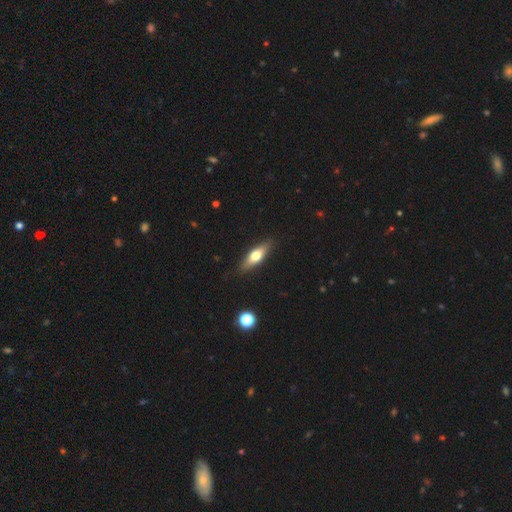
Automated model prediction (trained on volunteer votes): Q: Smooth or featured?
A: smooth (55%); runner-up: featured or disk (39%)
Q: How rounded?
A: cigar-shaped (49%); runner-up: in between (48%)
Q: Merging?
A: none (87%); runner-up: minor disturbance (10%)